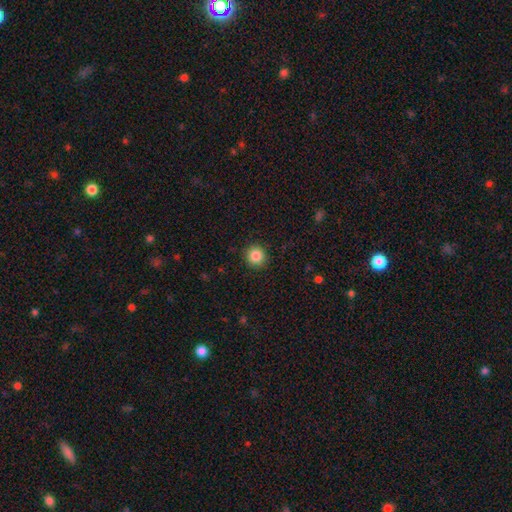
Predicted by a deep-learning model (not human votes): smooth-or-featured: smooth: 86% | star or artifact: 10% | featured or disk: 5%
  how-rounded: round: 93% | in between: 6% | cigar-shaped: 1%
  merging: none: 91% | minor disturbance: 6% | major disturbance: 2% | merger: 1%